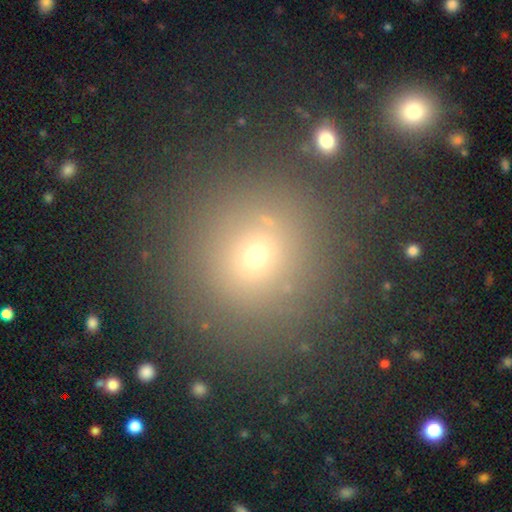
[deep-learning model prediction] smooth_or_featured: smooth (p=0.65) [alt: star or artifact p=0.23]
how_rounded: round (p=0.86) [alt: in between p=0.13]
merging: none (p=0.80) [alt: minor disturbance p=0.11]